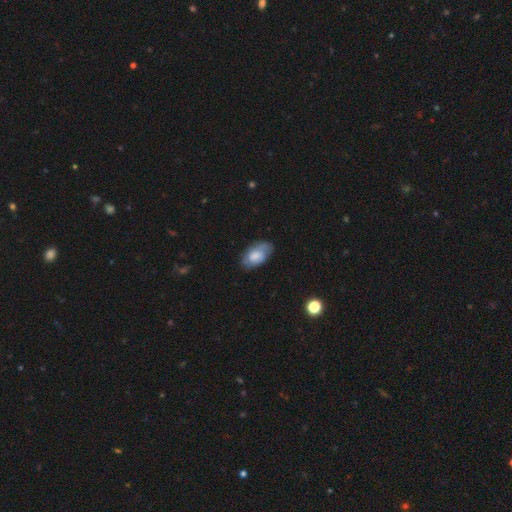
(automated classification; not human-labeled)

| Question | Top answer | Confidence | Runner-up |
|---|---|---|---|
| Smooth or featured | smooth | 68% | featured or disk (25%) |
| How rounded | in between | 93% | round (4%) |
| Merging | none | 69% | minor disturbance (24%) |